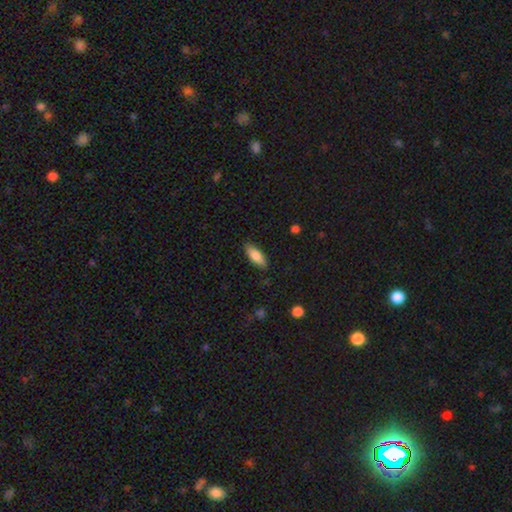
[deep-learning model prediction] Smooth or featured? smooth (82%)
How rounded? in between (70%)
Merging? none (86%)